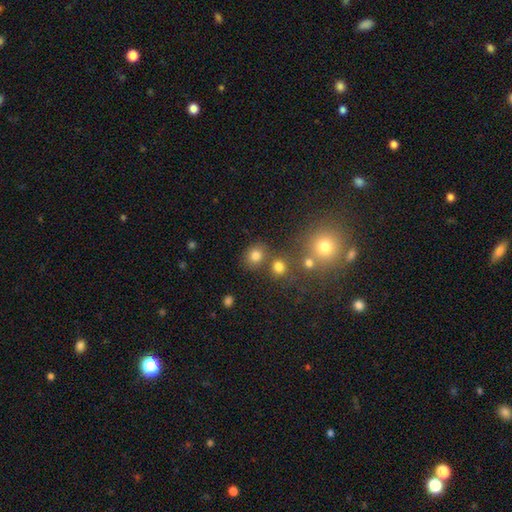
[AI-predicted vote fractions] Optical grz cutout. It shows a smooth galaxy with no disk features (78%) that is round (73%). Merging: none (71%).